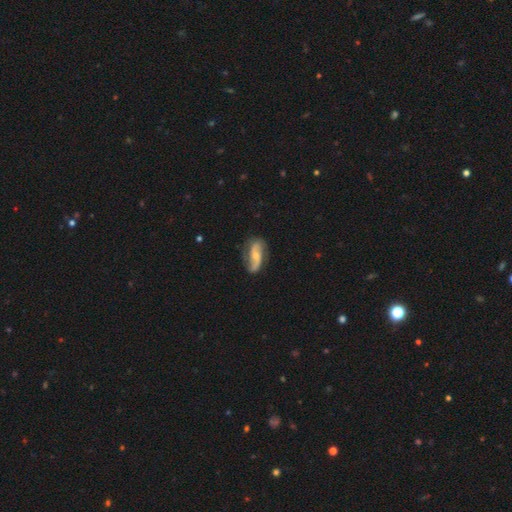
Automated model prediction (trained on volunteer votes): smooth_or_featured: featured or disk (p=0.78) [alt: smooth p=0.17]
disk_edge_on: no (p=0.94) [alt: yes p=0.06]
bar: no (p=0.50) [alt: weak p=0.34]
has_spiral_arms: yes (p=0.94) [alt: no p=0.06]
spiral_winding: loose (p=0.61) [alt: medium p=0.28]
spiral_arm_count: 2 (p=0.90) [alt: can't tell p=0.04]
bulge_size: small (p=0.52) [alt: moderate p=0.40]
merging: none (p=0.73) [alt: minor disturbance p=0.19]